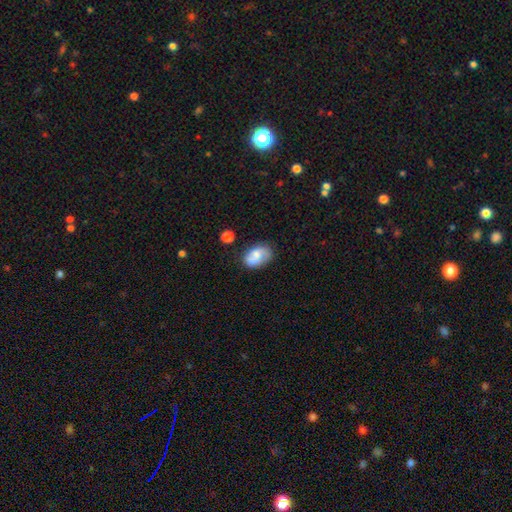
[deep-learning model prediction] Overall: smooth (66%). How rounded: in between (86%). Merging: none (65%).